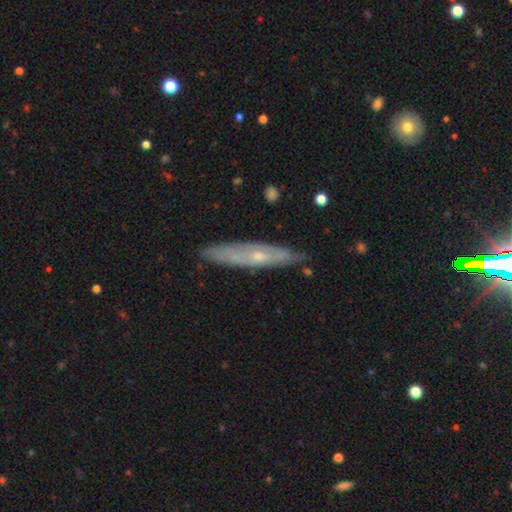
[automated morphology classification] Smooth or featured? featured or disk (63%)
Edge-on disk? yes (65%)
Merging? none (81%)